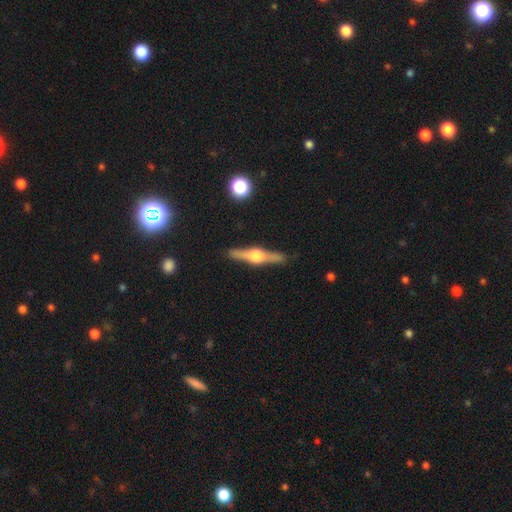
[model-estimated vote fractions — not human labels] smooth-or-featured: featured or disk: 81% | smooth: 14% | star or artifact: 5%
  disk-edge-on: yes: 98% | no: 2%
    edge-on-bulge: rounded: 94% | boxy: 5% | none: 1%
  merging: none: 90% | minor disturbance: 7% | major disturbance: 2% | merger: 1%